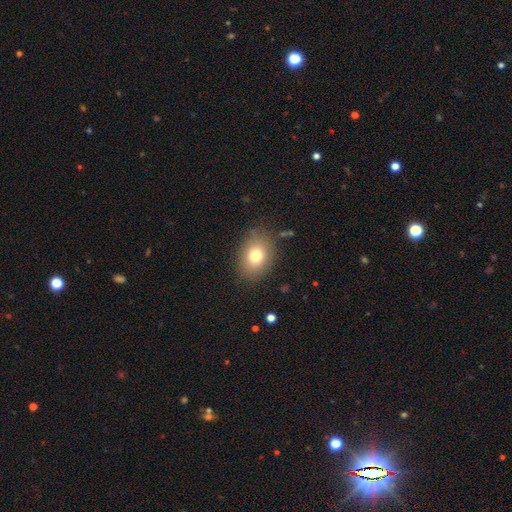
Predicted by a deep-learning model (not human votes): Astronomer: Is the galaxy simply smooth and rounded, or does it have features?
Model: smooth — 77%.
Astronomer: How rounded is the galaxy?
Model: in between — 68%.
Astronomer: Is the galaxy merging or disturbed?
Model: none — 84%.